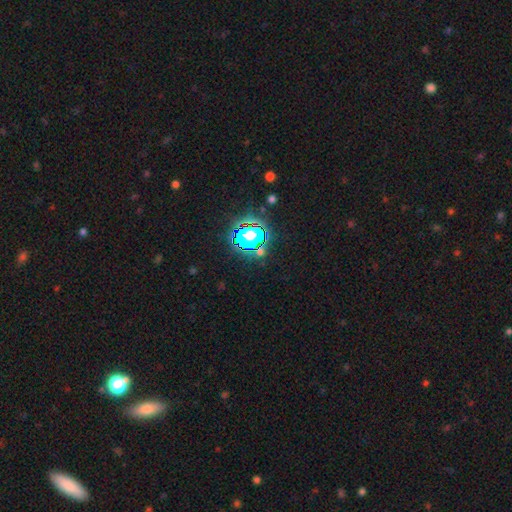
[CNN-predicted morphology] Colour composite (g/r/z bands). It shows a star or artifact, not a galaxy (81%).